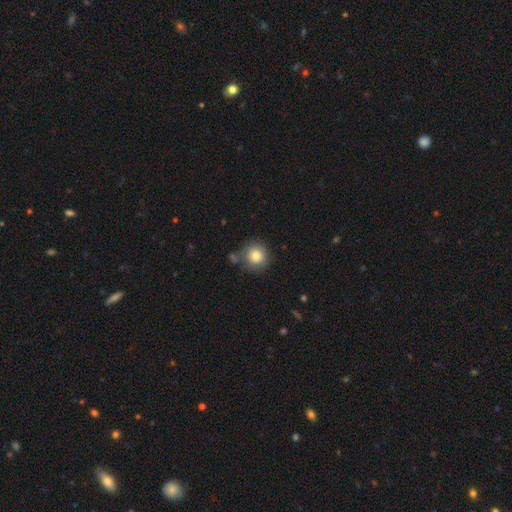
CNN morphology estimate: smooth_or_featured: smooth (p=0.83) [alt: star or artifact p=0.09]
how_rounded: round (p=0.92) [alt: in between p=0.08]
merging: none (p=0.68) [alt: minor disturbance p=0.17]